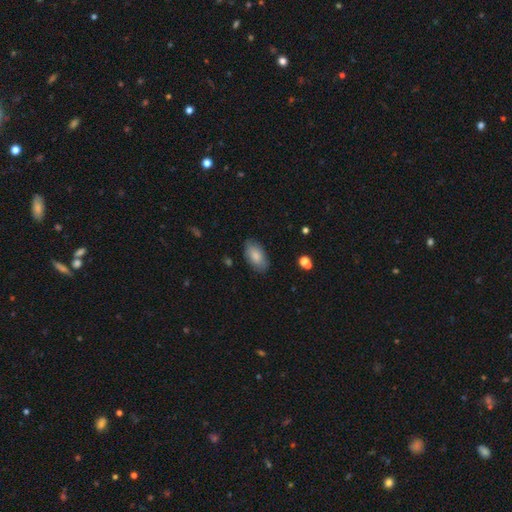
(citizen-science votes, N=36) smooth 97%, featured or disk 3%, star or artifact 0%. Down the decision tree: how rounded — in between (97%); merging — none (92%).